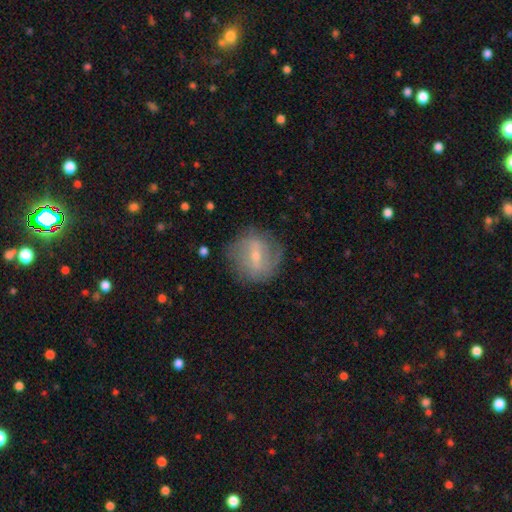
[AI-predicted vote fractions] This is likely a featured or disk galaxy (65%). It is clearly not viewed edge-on (94%). Bar: possibly weak (51%). Spiral arm pattern: likely yes (71%). Central bulge: likely small (62%). Merging: likely none (73%).